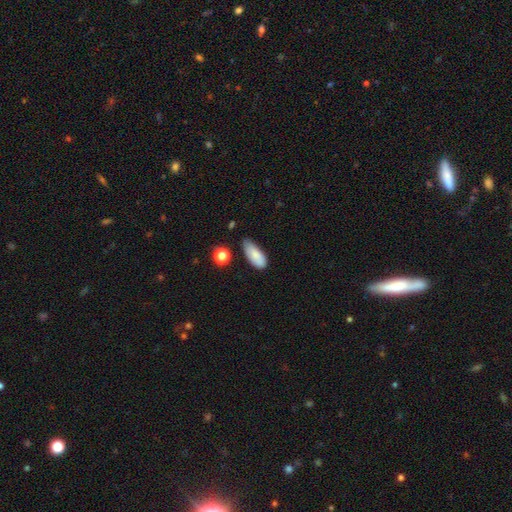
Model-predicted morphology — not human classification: This is clearly a smooth galaxy (84%). How rounded: clearly in between (83%). Merging: possibly none (54%).